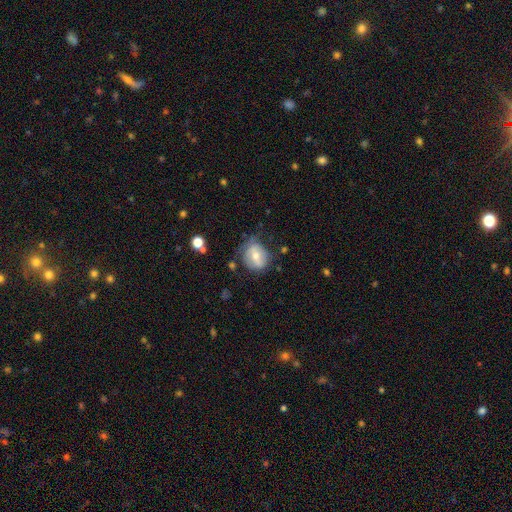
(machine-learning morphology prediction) A smooth galaxy with no disk features (53%) that is round (68%). Merging: none (53%).